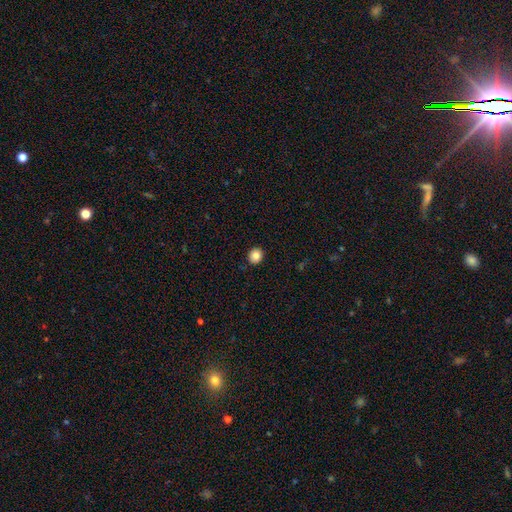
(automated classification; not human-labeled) smooth_or_featured: smooth (p=0.85) [alt: star or artifact p=0.10]
how_rounded: round (p=0.80) [alt: in between p=0.19]
merging: none (p=0.91) [alt: minor disturbance p=0.06]